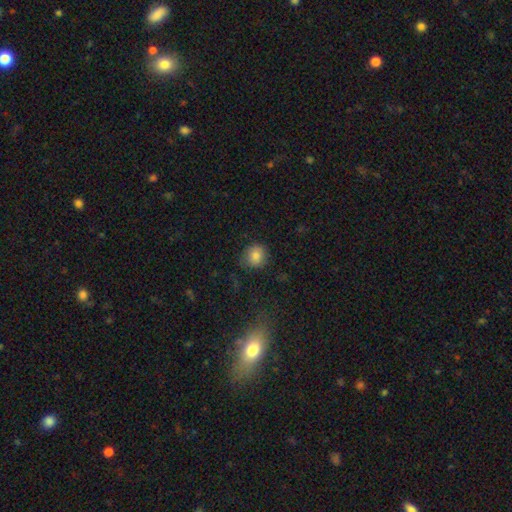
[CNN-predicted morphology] Smooth or featured: smooth — 82% (star or artifact — 11%)
How rounded: round — 82% (in between — 17%)
Merging: none — 77% (minor disturbance — 17%)